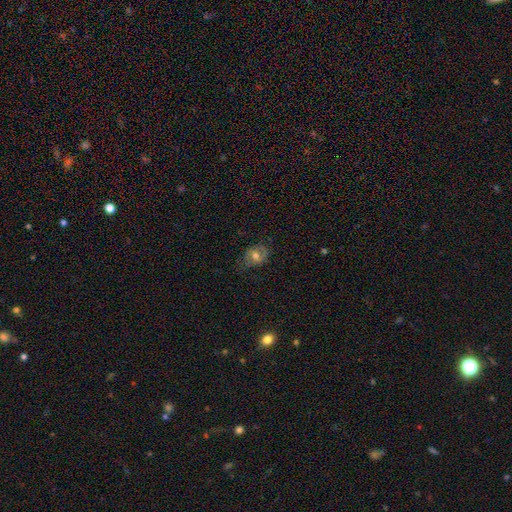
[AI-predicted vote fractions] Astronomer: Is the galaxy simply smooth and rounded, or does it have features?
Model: featured or disk — 48% (runner-up: smooth, 42%).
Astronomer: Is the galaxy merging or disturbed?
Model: none — 65%.